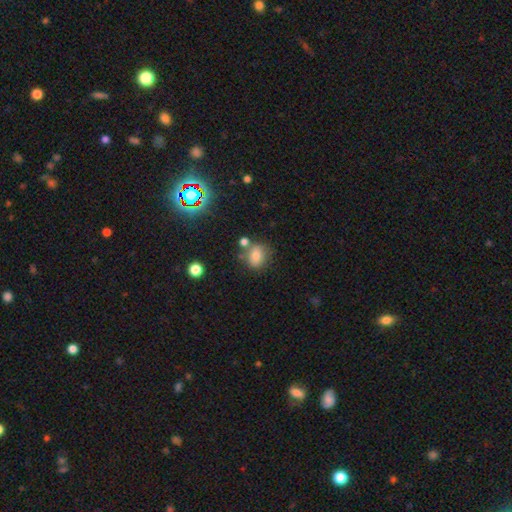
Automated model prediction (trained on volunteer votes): Smooth or featured: smooth — 76% (star or artifact — 13%)
How rounded: round — 56% (in between — 43%)
Merging: none — 65% (minor disturbance — 15%)